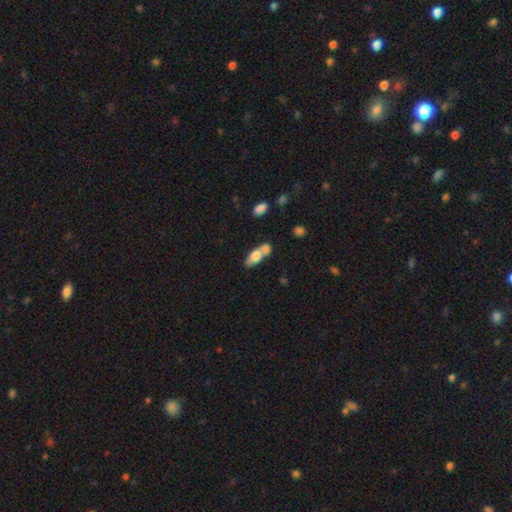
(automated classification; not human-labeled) smooth-or-featured: smooth: 69% | featured or disk: 24% | star or artifact: 7%
  how-rounded: in between: 72% | cigar-shaped: 23% | round: 4%
  merging: merger: 48% | none: 34% | minor disturbance: 13% | major disturbance: 5%